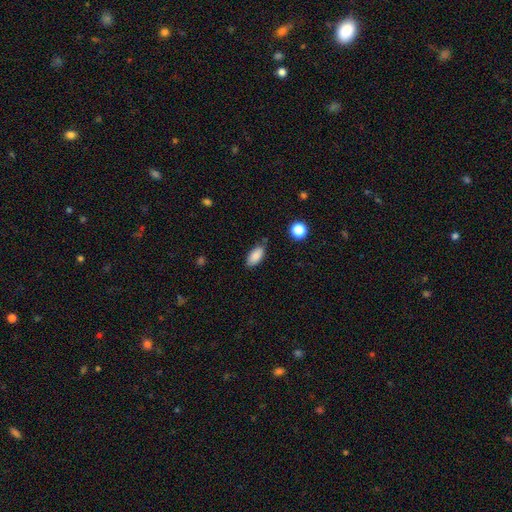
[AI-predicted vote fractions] Q: Smooth or featured?
A: smooth (87%); runner-up: star or artifact (8%)
Q: How rounded?
A: in between (89%); runner-up: cigar-shaped (8%)
Q: Merging?
A: none (79%); runner-up: minor disturbance (15%)